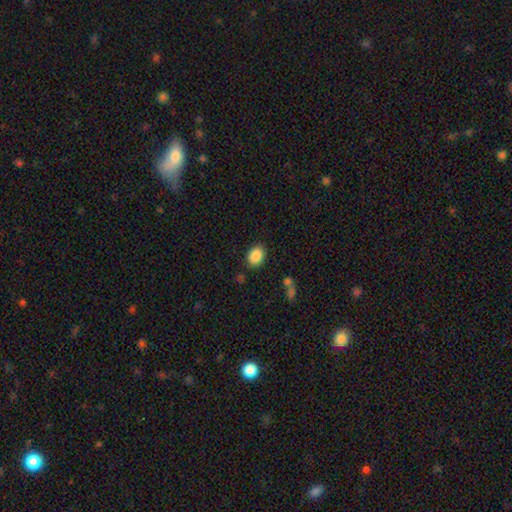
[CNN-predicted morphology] The model was most divided on "how rounded": in between: 66%, round: 33%, cigar-shaped: 1%. More confident: smooth or featured — smooth (88%); merging — none (84%).